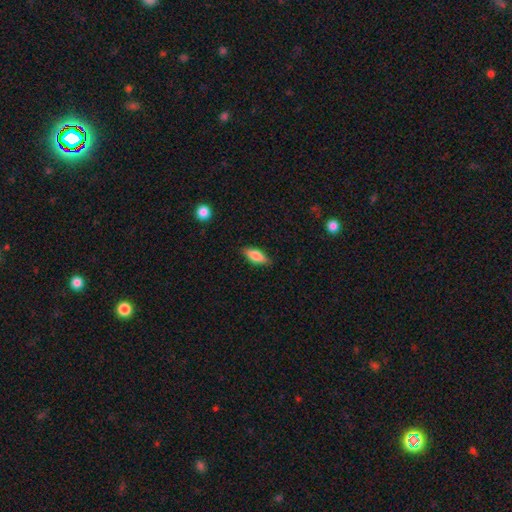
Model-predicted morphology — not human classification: Q: Smooth or featured?
A: smooth (78%); runner-up: featured or disk (15%)
Q: How rounded?
A: in between (75%); runner-up: cigar-shaped (22%)
Q: Merging?
A: none (85%); runner-up: minor disturbance (11%)